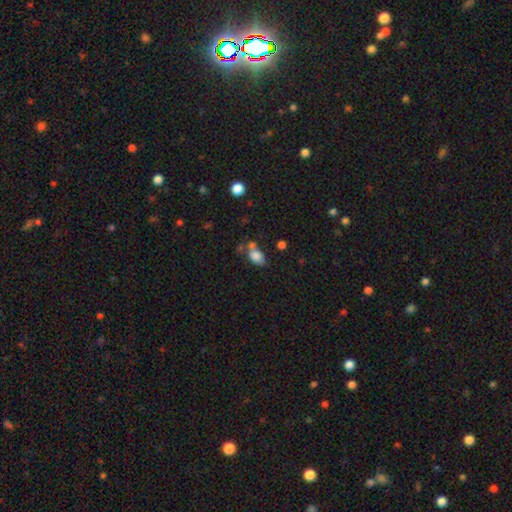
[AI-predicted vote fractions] A smooth galaxy with no disk features (81%) that is in between round and cigar-shaped (83%).

Vote fractions:
- Smooth or featured? smooth: 81% / star or artifact: 10% / featured or disk: 9%
- How rounded? in between: 83% / round: 15% / cigar-shaped: 2%
- Merging? none: 45% / merger: 28% / minor disturbance: 19% / major disturbance: 8%